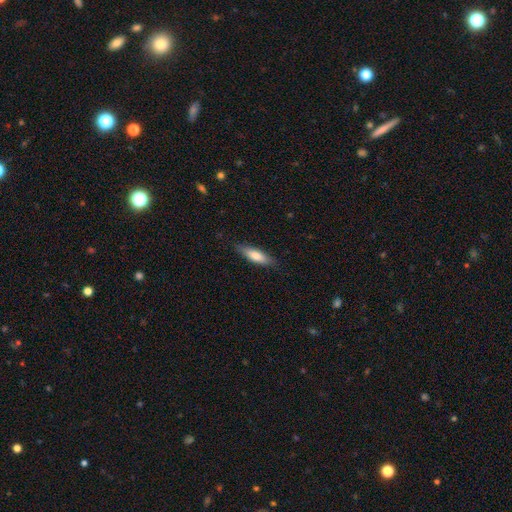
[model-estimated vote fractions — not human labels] This appears to be a smooth galaxy with no disk features (75%) that is cigar-shaped (56%). Merging: none (86%).